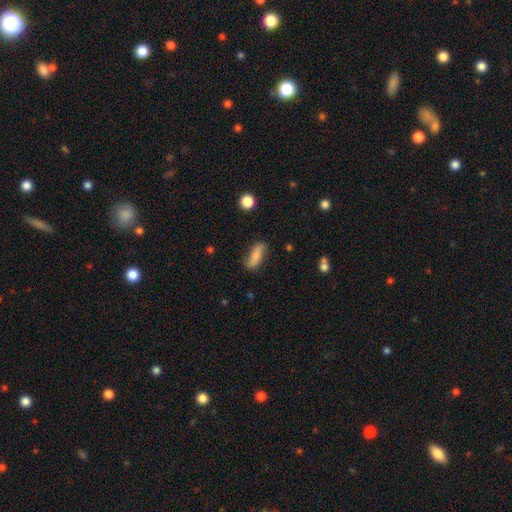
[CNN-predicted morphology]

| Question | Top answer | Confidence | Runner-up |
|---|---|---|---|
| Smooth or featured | smooth | 72% | featured or disk (20%) |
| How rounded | in between | 65% | cigar-shaped (31%) |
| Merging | none | 76% | minor disturbance (18%) |